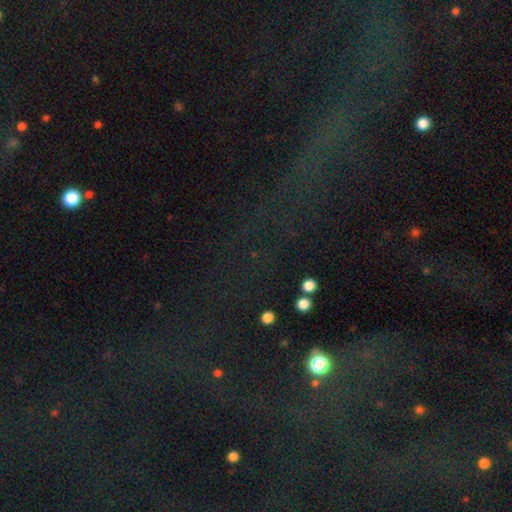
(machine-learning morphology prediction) A star or artifact, not a galaxy (68%).